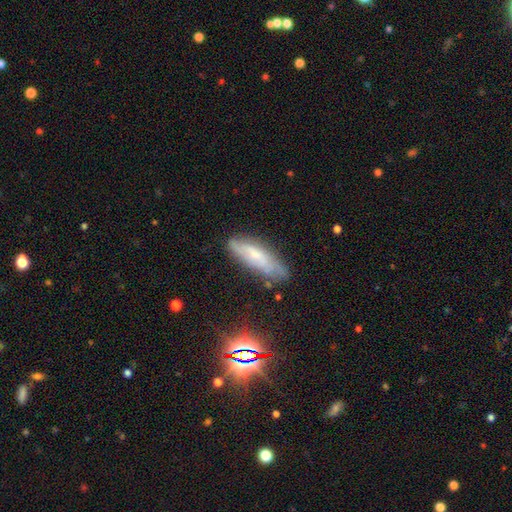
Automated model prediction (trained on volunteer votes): A smooth galaxy with no disk features (50%).

Vote fractions:
- Smooth or featured? smooth: 50% / featured or disk: 40% / star or artifact: 11%
- Merging? none: 67% / minor disturbance: 24% / major disturbance: 6% / merger: 3%